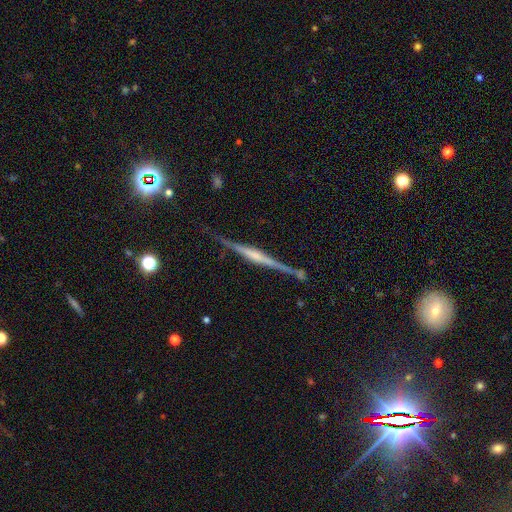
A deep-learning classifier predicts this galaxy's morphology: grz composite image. It shows a featured or disk galaxy (83%) viewed edge-on (98%) with a rounded central bulge (54%). Merging: none (84%).